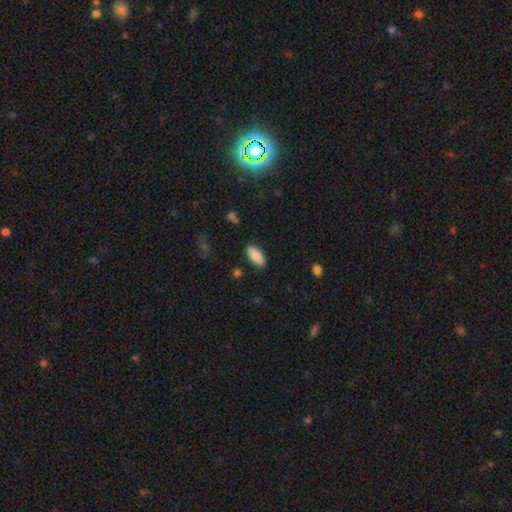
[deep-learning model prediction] Smooth or featured? Predicted: smooth (p=0.83). How rounded? Predicted: in between (p=0.90). Merging? Predicted: none (p=0.87).